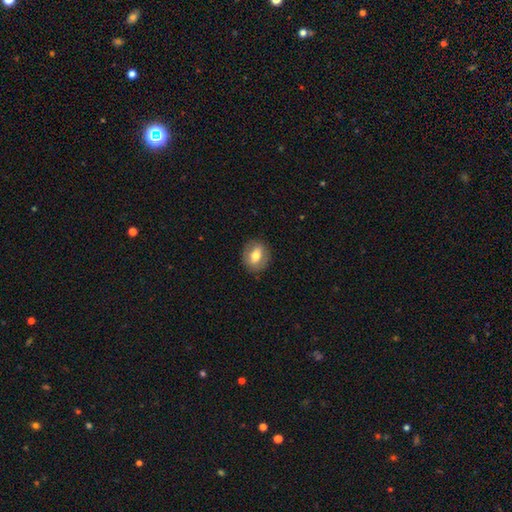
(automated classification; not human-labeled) smooth_or_featured: smooth (p=0.62) [alt: featured or disk p=0.30]
how_rounded: round (p=0.54) [alt: in between p=0.44]
merging: none (p=0.86) [alt: minor disturbance p=0.10]